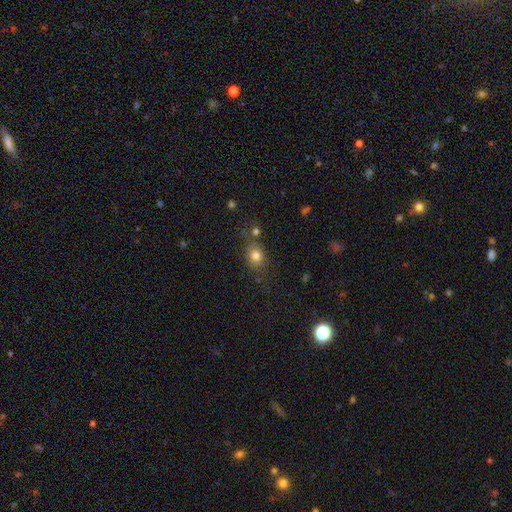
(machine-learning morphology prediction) Smooth or featured? Predicted: smooth (p=0.78). How rounded? Predicted: round (p=0.53). Merging? Predicted: none (p=0.68).